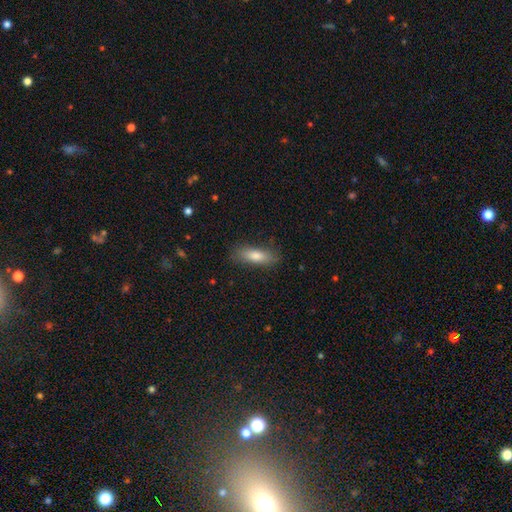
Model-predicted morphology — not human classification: Smooth or featured?
  - smooth: 77% *
  - featured or disk: 16%
  - star or artifact: 7%
How rounded?
  - in between: 53% *
  - cigar-shaped: 44%
  - round: 2%
Merging?
  - none: 83% *
  - minor disturbance: 13%
  - major disturbance: 3%
  - merger: 1%